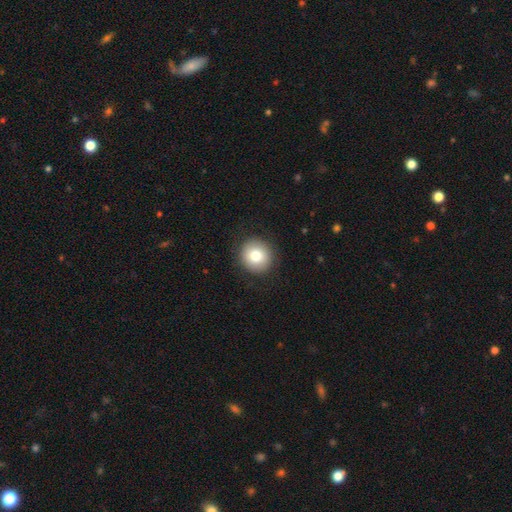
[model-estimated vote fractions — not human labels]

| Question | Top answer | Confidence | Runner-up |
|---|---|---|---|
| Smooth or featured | smooth | 80% | featured or disk (11%) |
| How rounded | round | 92% | in between (7%) |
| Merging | none | 90% | minor disturbance (7%) |